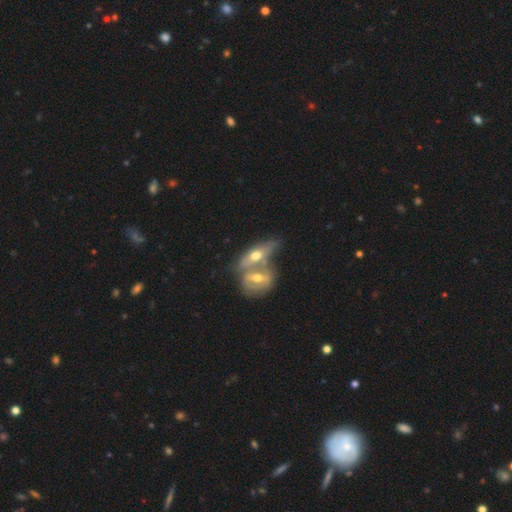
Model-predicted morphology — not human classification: The model was most divided on "smooth or featured": featured or disk: 59%, smooth: 35%, star or artifact: 6%. More confident: edge-on disk — no (73%); merging — merger (65%).